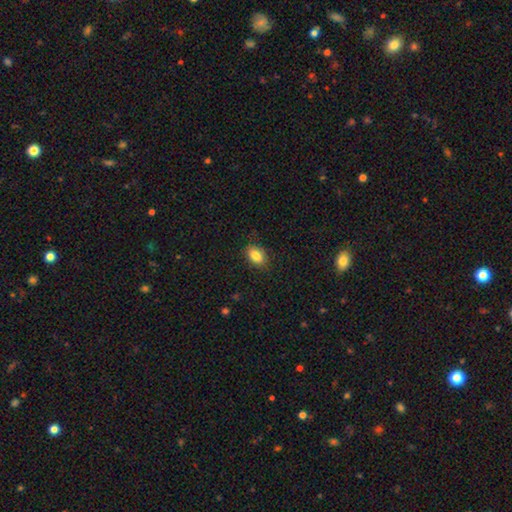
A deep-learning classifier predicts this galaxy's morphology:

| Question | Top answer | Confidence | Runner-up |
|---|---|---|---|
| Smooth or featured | smooth | 83% | star or artifact (9%) |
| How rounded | in between | 82% | round (16%) |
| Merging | none | 84% | minor disturbance (12%) |